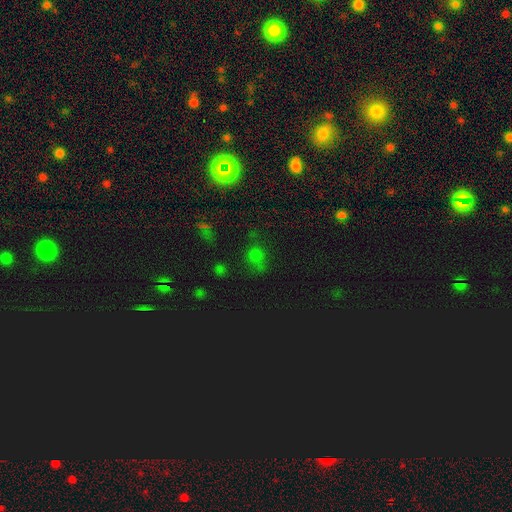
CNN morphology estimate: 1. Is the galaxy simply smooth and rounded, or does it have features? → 55% smooth, 37% star or artifact, 7% featured or disk.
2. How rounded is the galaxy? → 61% round, 37% in between, 3% cigar-shaped.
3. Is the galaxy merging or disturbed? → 62% none, 20% minor disturbance, 11% major disturbance, 7% merger.